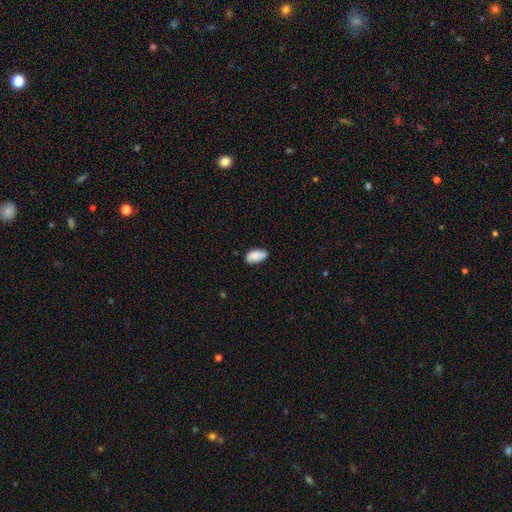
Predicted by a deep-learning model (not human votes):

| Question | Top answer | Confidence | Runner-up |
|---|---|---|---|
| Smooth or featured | smooth | 85% | featured or disk (8%) |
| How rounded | in between | 93% | cigar-shaped (4%) |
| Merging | none | 75% | minor disturbance (21%) |